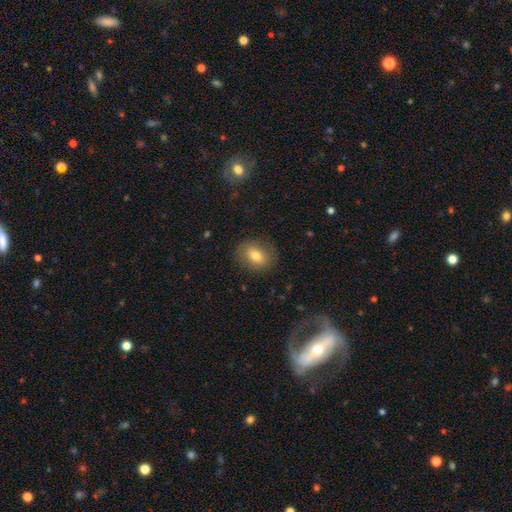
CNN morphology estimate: This appears to be a smooth galaxy with no disk features (73%) that is in between round and cigar-shaped (58%). Merging: none (83%).